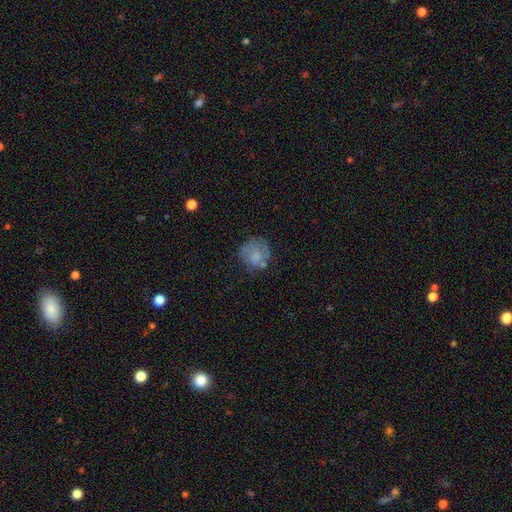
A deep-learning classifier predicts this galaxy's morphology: Overall: smooth (64%; featured or disk 26%). How rounded: round (83%). Merging: none (57%; minor disturbance 24%).